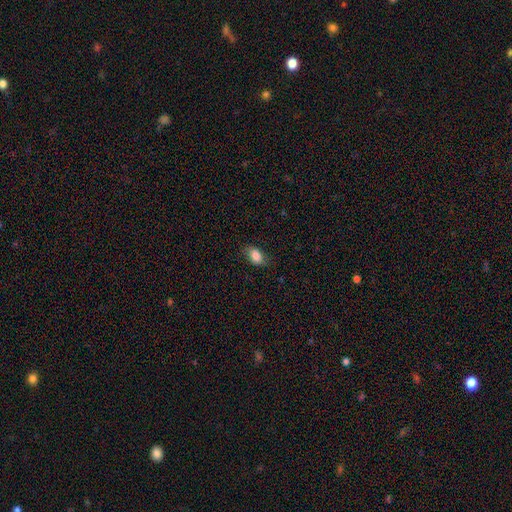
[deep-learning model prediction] Q: Smooth or featured?
A: smooth (84%); runner-up: featured or disk (8%)
Q: How rounded?
A: in between (86%); runner-up: round (11%)
Q: Merging?
A: none (75%); runner-up: minor disturbance (19%)